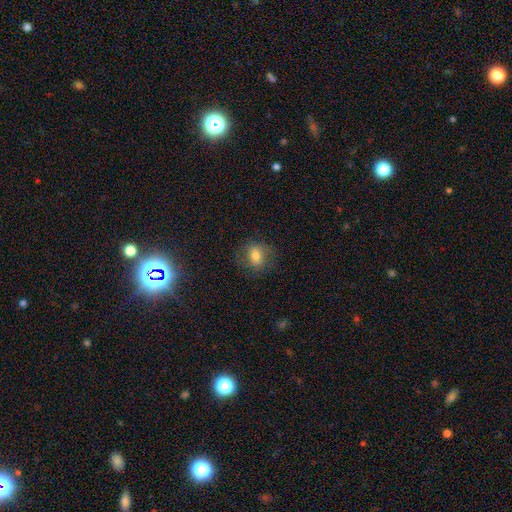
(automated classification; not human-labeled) smooth-or-featured: smooth: 69% | featured or disk: 20% | star or artifact: 11%
  how-rounded: round: 58% | in between: 41% | cigar-shaped: 1%
  merging: none: 75% | minor disturbance: 16% | major disturbance: 8% | merger: 1%